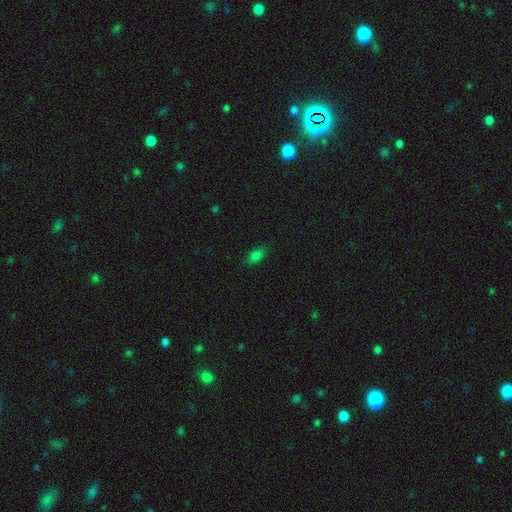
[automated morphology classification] This appears to be a smooth galaxy with no disk features (79%) that is in between round and cigar-shaped (86%). Merging: none (83%).